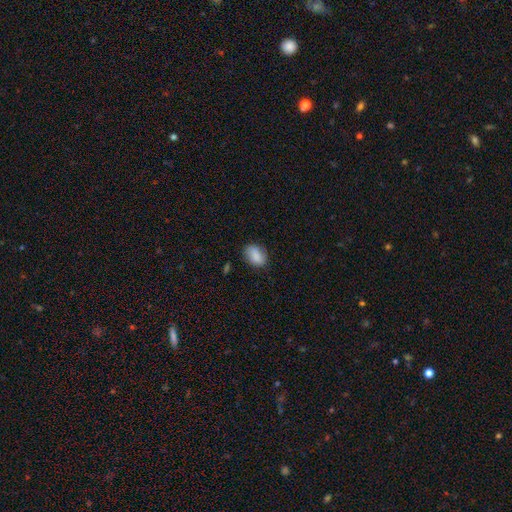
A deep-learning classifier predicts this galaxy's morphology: type=smooth (84%); roundness=in between (82%); merging=none (77%).